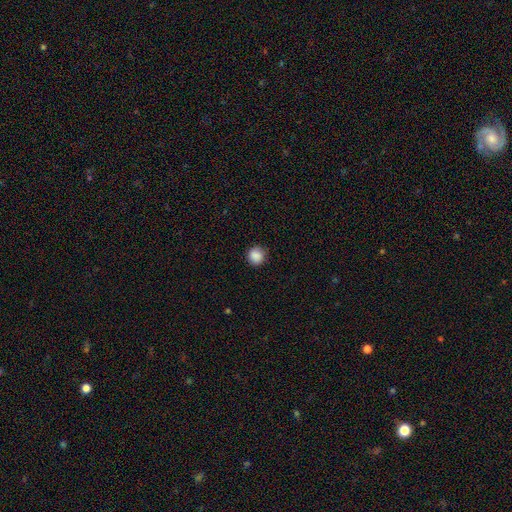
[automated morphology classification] A smooth galaxy with no disk features (88%) that is round (93%).

Vote fractions:
- Smooth or featured? smooth: 88% / star or artifact: 9% / featured or disk: 3%
- How rounded? round: 93% / in between: 6% / cigar-shaped: 1%
- Merging? none: 90% / minor disturbance: 7% / major disturbance: 2% / merger: 1%